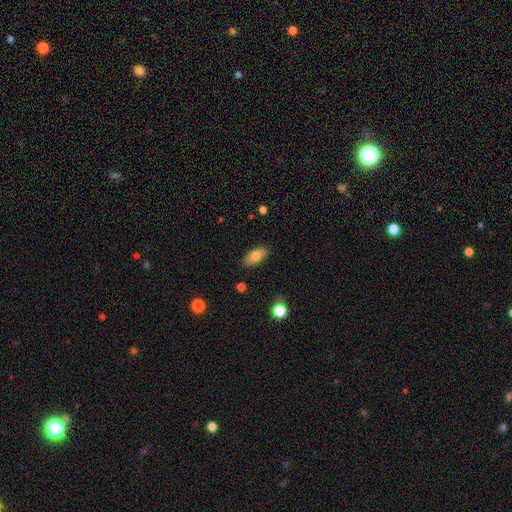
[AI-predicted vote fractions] Smooth or featured? Predicted: smooth (p=0.76). How rounded? Predicted: in between (p=0.90). Merging? Predicted: none (p=0.86).